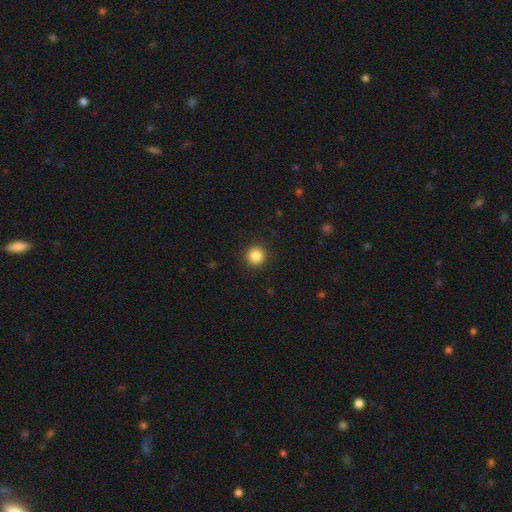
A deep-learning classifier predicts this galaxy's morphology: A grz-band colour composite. It shows a smooth galaxy with no disk features (86%) that is round (94%). Merging: none (92%).